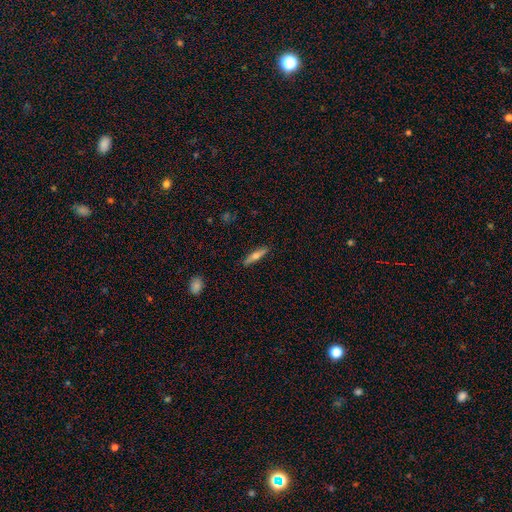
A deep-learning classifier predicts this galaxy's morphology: The model was most divided on "smooth or featured": smooth: 50%, featured or disk: 44%, star or artifact: 6%. More confident: merging — none (88%).